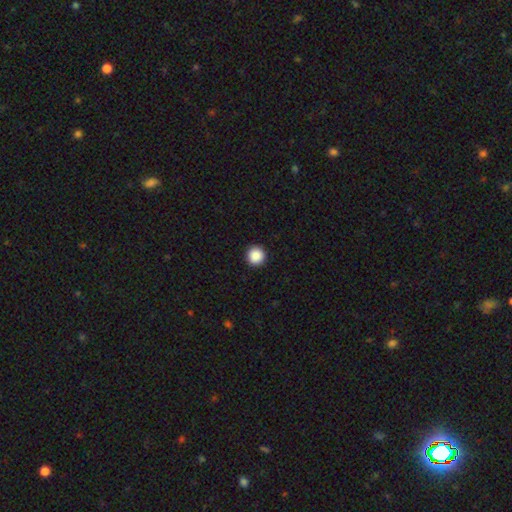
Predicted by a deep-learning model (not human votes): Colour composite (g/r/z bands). It shows a smooth galaxy with no disk features (89%) that is round (96%). Merging: none (94%).